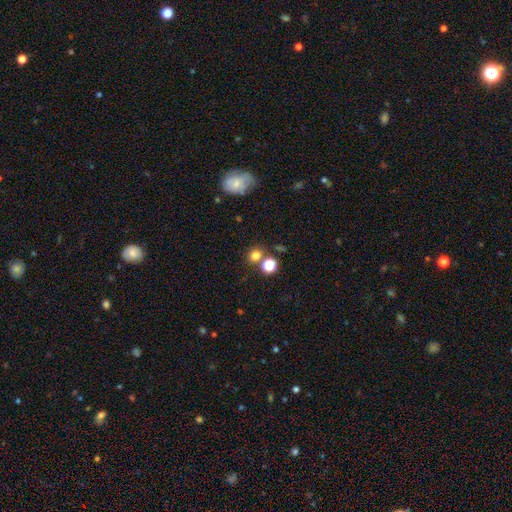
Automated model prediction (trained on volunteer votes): The model was most divided on "merging": none: 70%, merger: 18%, minor disturbance: 9%, major disturbance: 4%. More confident: how rounded — round (80%); smooth or featured — smooth (77%).